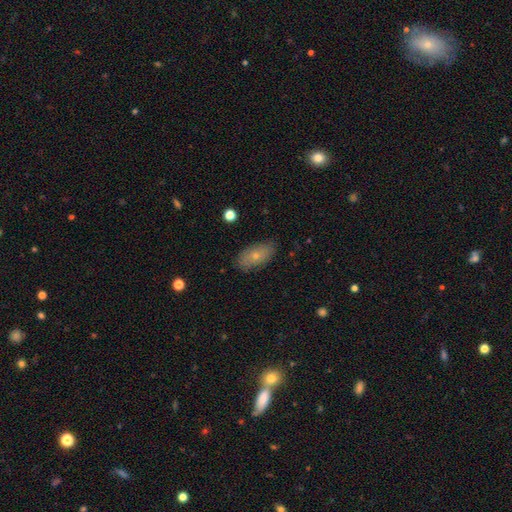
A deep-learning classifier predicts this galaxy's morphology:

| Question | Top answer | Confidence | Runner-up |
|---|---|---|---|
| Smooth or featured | smooth | 70% | featured or disk (23%) |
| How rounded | in between | 91% | cigar-shaped (5%) |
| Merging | none | 81% | minor disturbance (15%) |